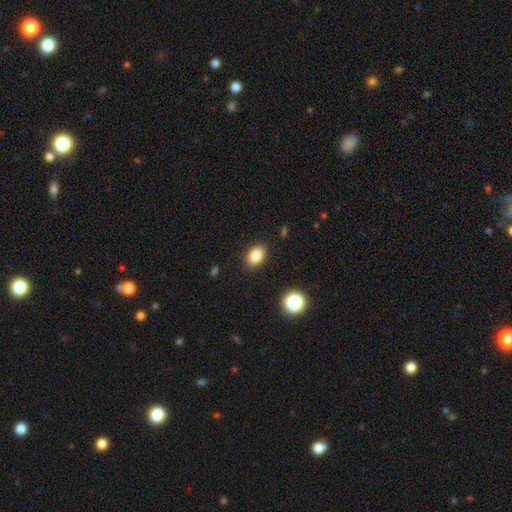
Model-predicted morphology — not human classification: Smooth or featured?
  - smooth: 84% *
  - star or artifact: 10%
  - featured or disk: 6%
How rounded?
  - in between: 83% *
  - round: 15%
  - cigar-shaped: 1%
Merging?
  - none: 89% *
  - minor disturbance: 8%
  - major disturbance: 2%
  - merger: 1%